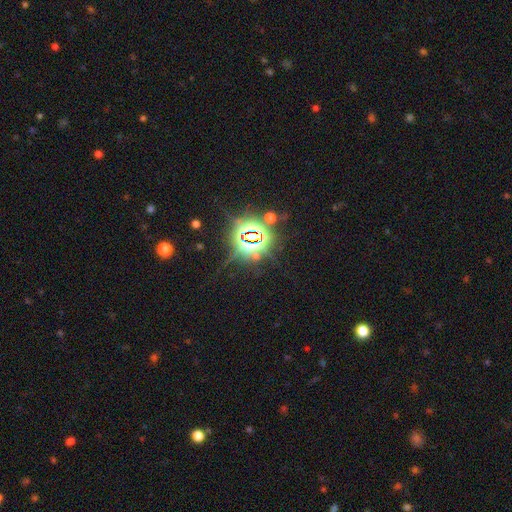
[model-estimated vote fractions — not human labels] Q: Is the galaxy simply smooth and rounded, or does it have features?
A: star or artifact — 85%.